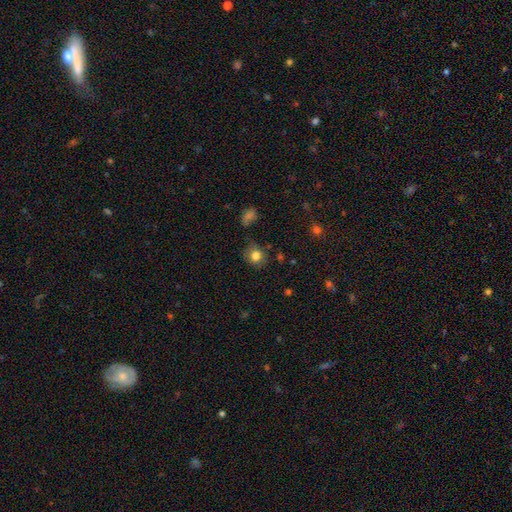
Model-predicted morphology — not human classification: A smooth galaxy with no disk features (80%) that is round (75%). Merging: none (73%).